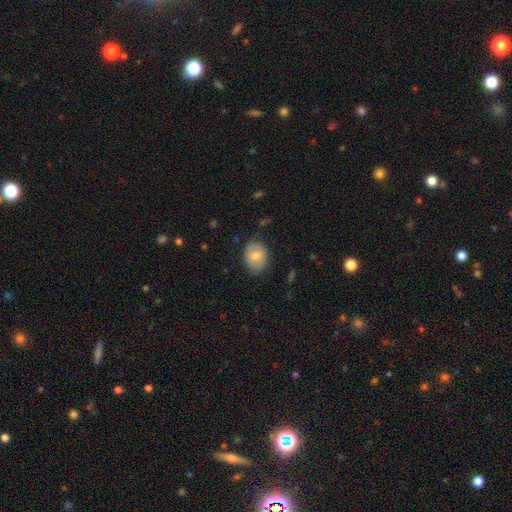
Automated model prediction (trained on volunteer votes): Smooth or featured?
  - smooth: 73% *
  - featured or disk: 20%
  - star or artifact: 7%
How rounded?
  - in between: 61% *
  - round: 38%
  - cigar-shaped: 1%
Merging?
  - none: 72% *
  - minor disturbance: 22%
  - major disturbance: 5%
  - merger: 1%